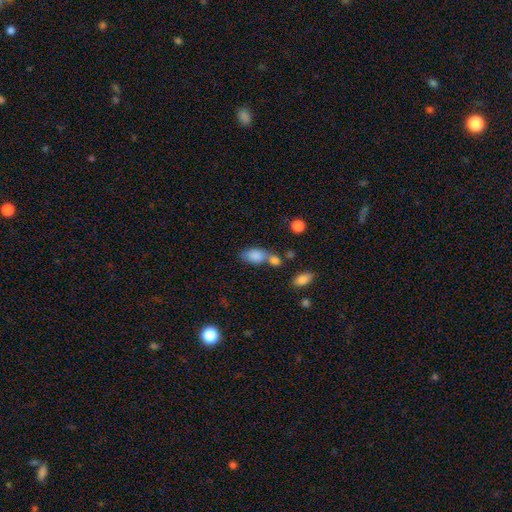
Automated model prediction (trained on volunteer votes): Morphology: type=smooth (83%); roundness=in between (87%); merging=merger (41%).